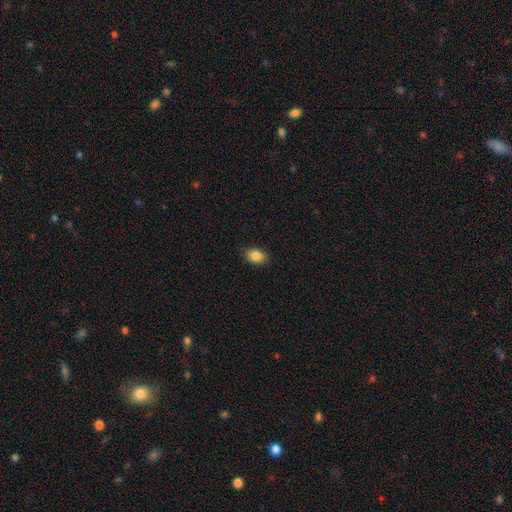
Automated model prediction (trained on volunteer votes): Morphology: type=smooth (86%); roundness=in between (82%); merging=none (85%).